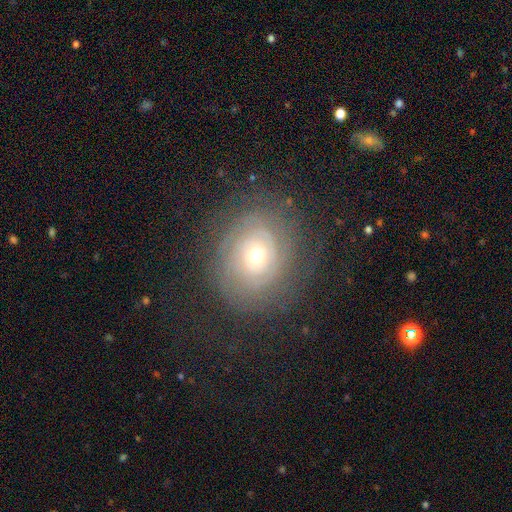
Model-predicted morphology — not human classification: featured or disk 68%, smooth 21%, star or artifact 11%. Down the decision tree: edge-on disk — no (96%); bar — no (82%); spiral arms — yes (82%); spiral arm count — can't tell (50%); spiral winding — tight (80%); bulge size — moderate (48%); merging — none (78%).